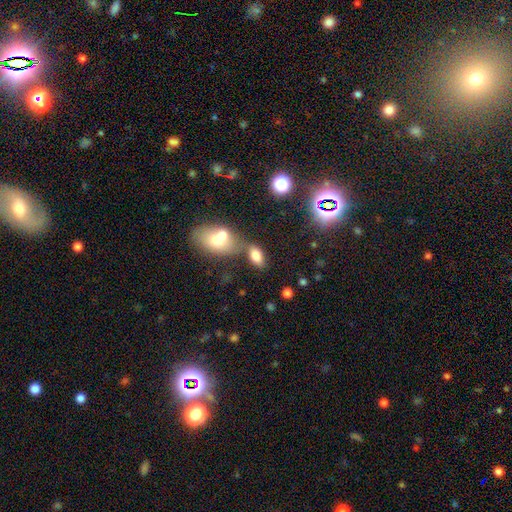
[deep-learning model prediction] smooth 76%, star or artifact 12%, featured or disk 12%. Down the decision tree: how rounded — in between (90%); merging — none (51%).